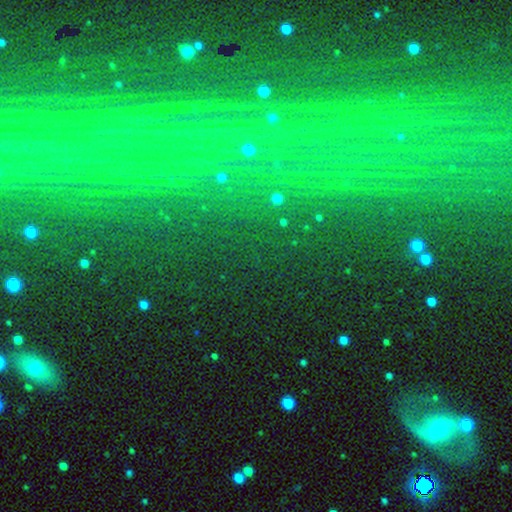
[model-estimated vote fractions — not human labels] star or artifact 76%, featured or disk 12%, smooth 12%.